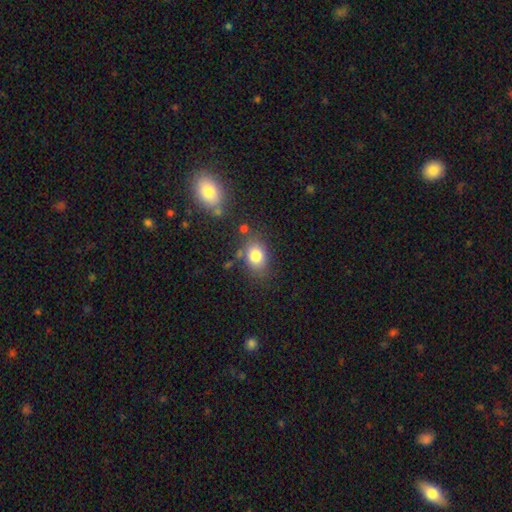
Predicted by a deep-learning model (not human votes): This appears to be a smooth galaxy with no disk features (81%) that is in between round and cigar-shaped (67%). Merging: none (71%).